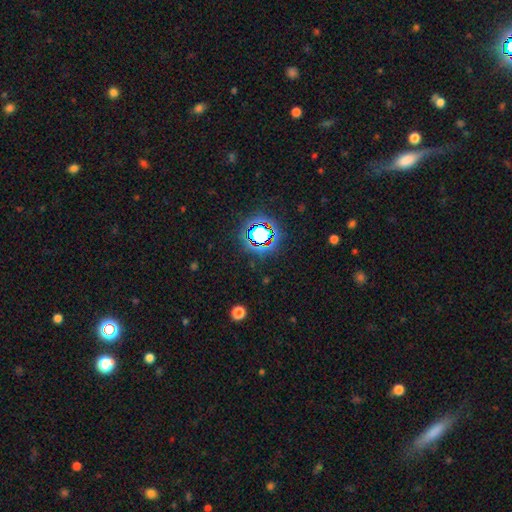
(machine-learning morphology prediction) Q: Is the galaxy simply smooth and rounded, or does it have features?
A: star or artifact — 70%.